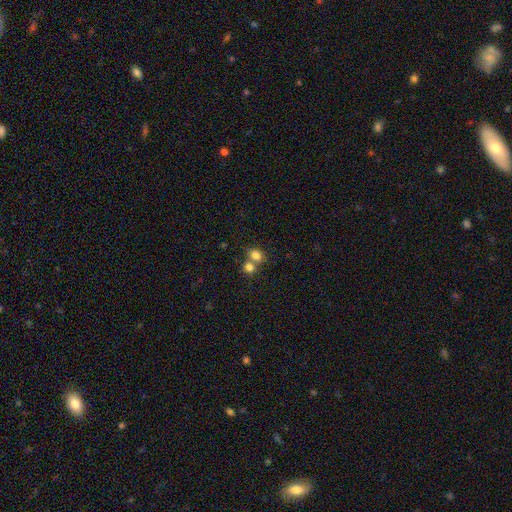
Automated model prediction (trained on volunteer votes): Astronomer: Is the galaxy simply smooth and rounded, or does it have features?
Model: smooth — 80%.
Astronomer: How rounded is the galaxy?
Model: round — 58% (runner-up: in between, 41%).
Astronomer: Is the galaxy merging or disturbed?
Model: merger — 46% (runner-up: none, 44%).